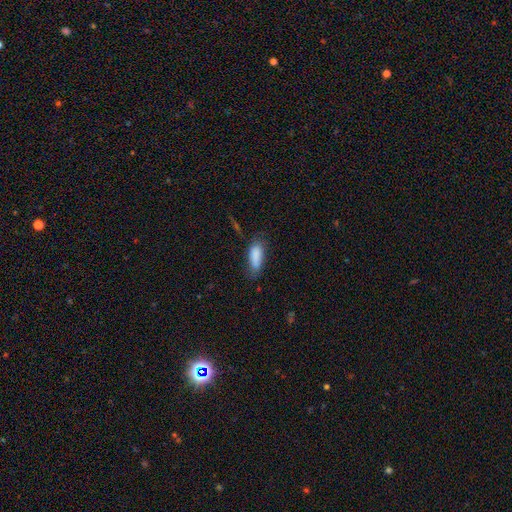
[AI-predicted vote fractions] The model was most divided on "merging": none: 55%, minor disturbance: 30%, major disturbance: 12%, merger: 3%. More confident: smooth or featured — smooth (84%); how rounded — in between (78%).